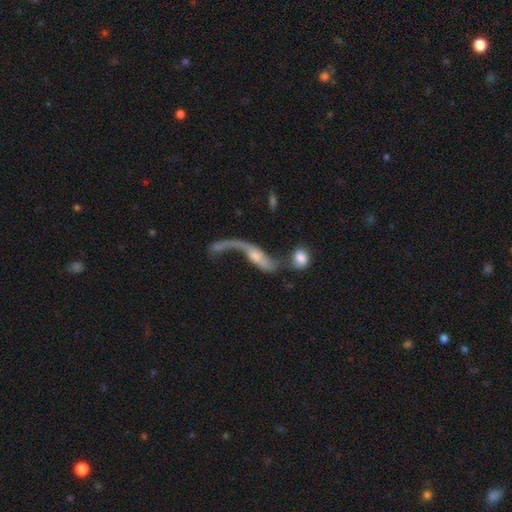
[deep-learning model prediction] The model was most divided on "bulge size": small: 46%, moderate: 38%, none: 9%, large: 5%, dominant: 2%. Remaining: edge-on disk — no (81%); spiral arms — yes (79%); smooth or featured — featured or disk (75%); bar — no (56%); merging — merger (36%).